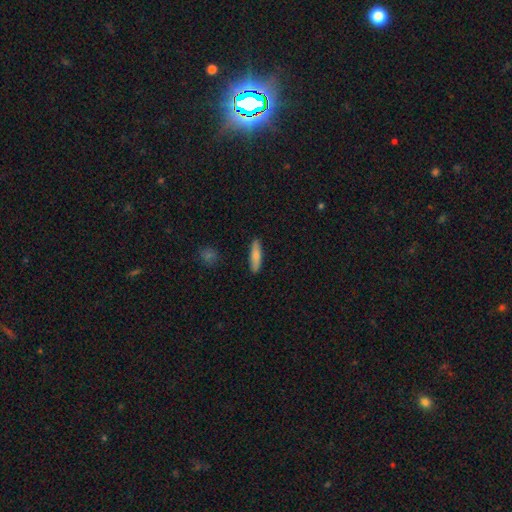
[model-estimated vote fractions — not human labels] The model was most divided on "how rounded": cigar-shaped: 71%, in between: 27%, round: 2%. More confident: merging — none (88%); smooth or featured — smooth (81%).